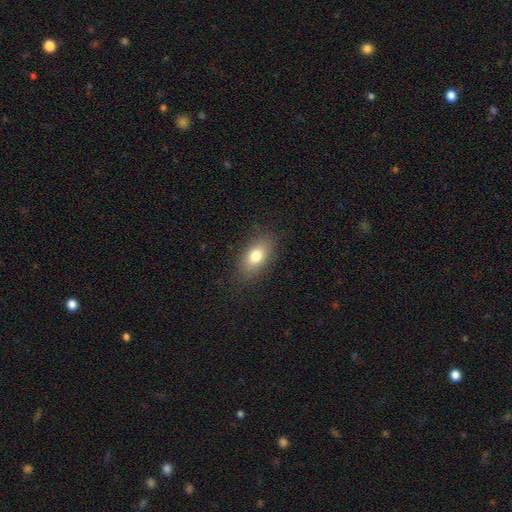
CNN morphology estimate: This appears to be a smooth galaxy with no disk features (78%) that is in between round and cigar-shaped (85%). Merging: none (83%).